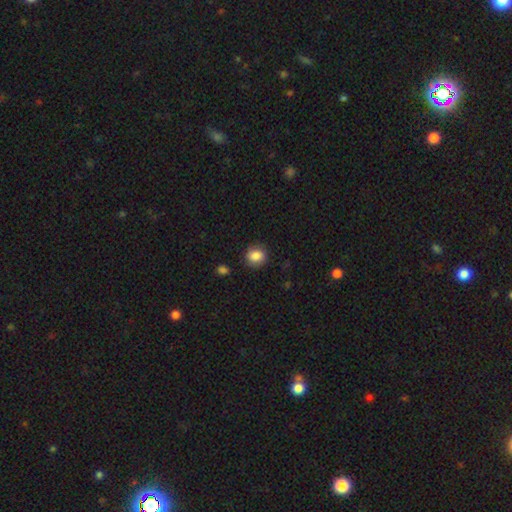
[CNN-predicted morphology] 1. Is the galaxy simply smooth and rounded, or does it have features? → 83% smooth, 9% star or artifact, 8% featured or disk.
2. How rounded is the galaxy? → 70% round, 29% in between, 1% cigar-shaped.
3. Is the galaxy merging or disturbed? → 84% none, 11% minor disturbance, 3% major disturbance, 2% merger.